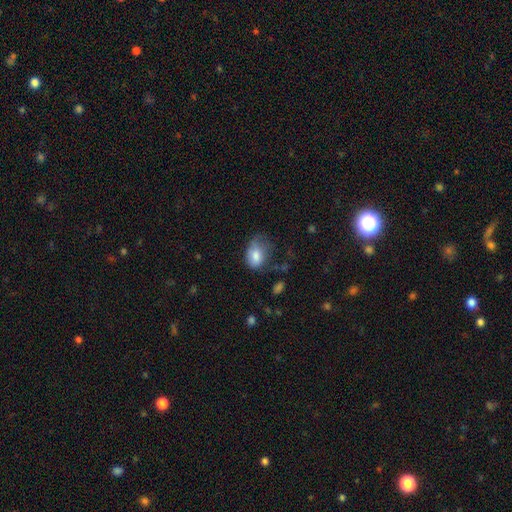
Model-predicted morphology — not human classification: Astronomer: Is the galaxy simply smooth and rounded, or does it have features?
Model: smooth — 78%.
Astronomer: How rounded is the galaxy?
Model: in between — 78%.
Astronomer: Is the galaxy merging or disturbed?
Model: minor disturbance — 37% (runner-up: none, 32%).